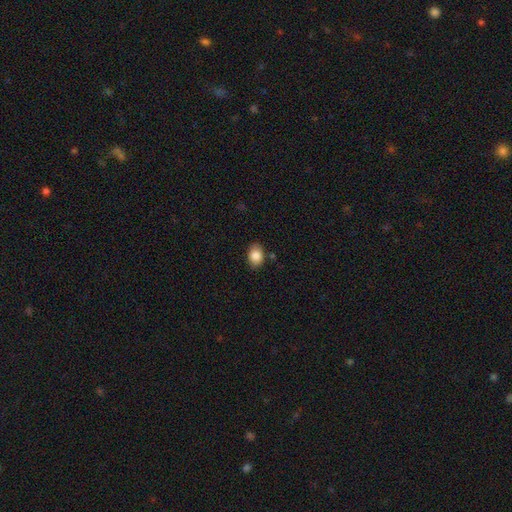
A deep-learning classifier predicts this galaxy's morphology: The model was most divided on "how rounded": in between: 77%, round: 22%, cigar-shaped: 1%. More confident: smooth or featured — smooth (85%); merging — none (82%).